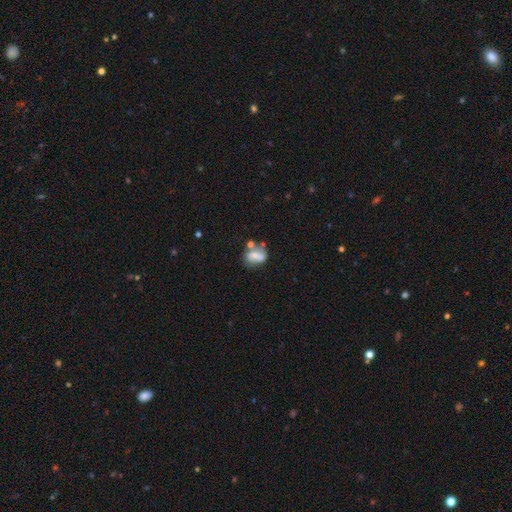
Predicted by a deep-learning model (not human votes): Morphology: type=smooth (54%); roundness=in between (67%); merging=none (43%).